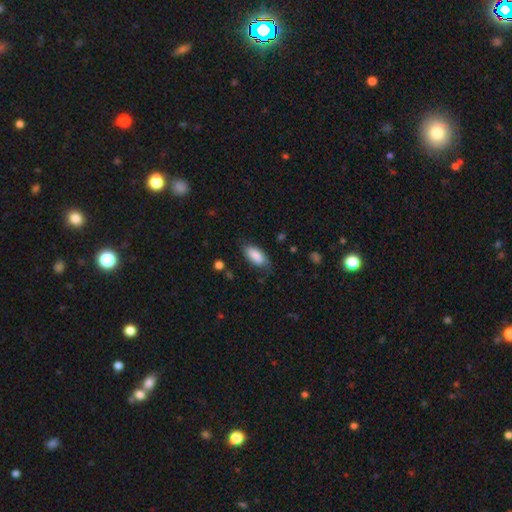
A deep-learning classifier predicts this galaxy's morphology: The model was most divided on "merging": none: 68%, minor disturbance: 24%, major disturbance: 6%, merger: 2%. More confident: how rounded — in between (87%); smooth or featured — smooth (84%).